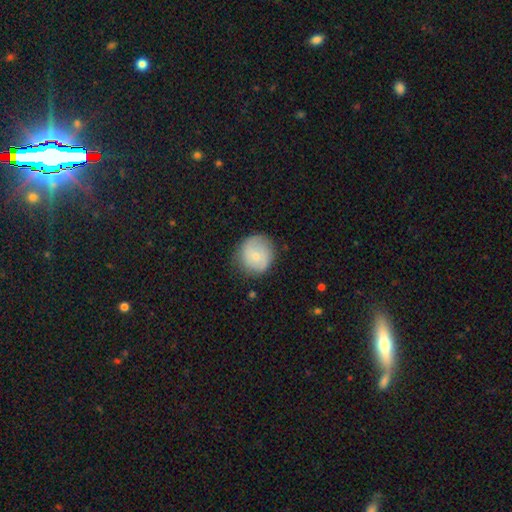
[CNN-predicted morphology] smooth 62%, featured or disk 30%, star or artifact 7%. Down the decision tree: how rounded — round (87%); merging — none (75%).